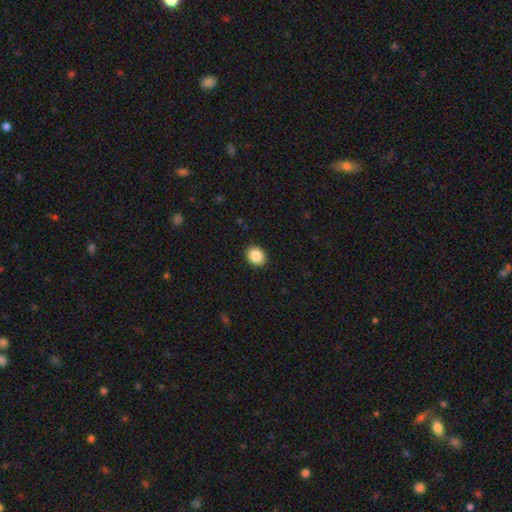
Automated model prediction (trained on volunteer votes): A smooth galaxy with no disk features (87%) that is round (62%).

Vote fractions:
- Smooth or featured? smooth: 87% / star or artifact: 9% / featured or disk: 5%
- How rounded? round: 62% / in between: 37% / cigar-shaped: 1%
- Merging? none: 91% / minor disturbance: 6% / major disturbance: 2% / merger: 1%